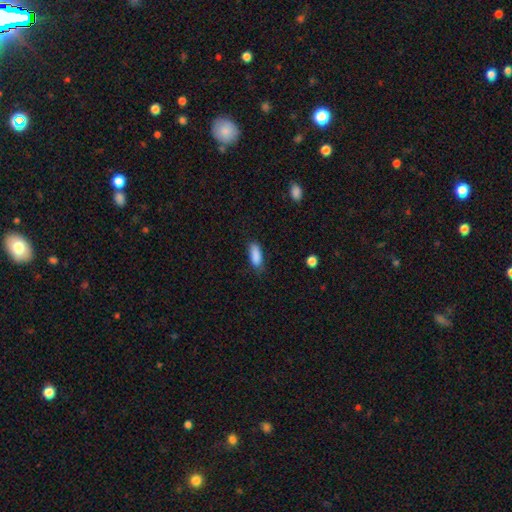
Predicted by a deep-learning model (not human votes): A smooth galaxy with no disk features (88%) that is in between round and cigar-shaped (72%). Merging: none (74%).